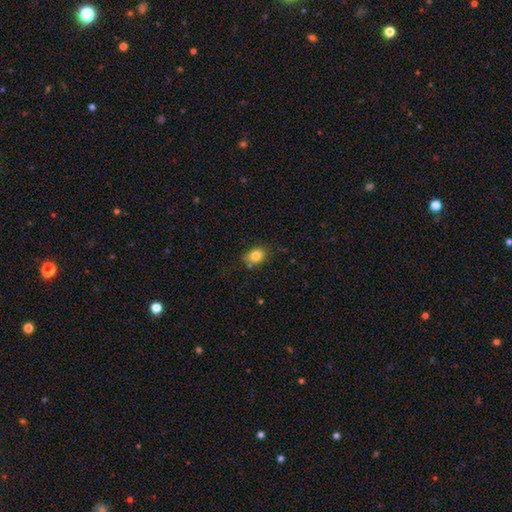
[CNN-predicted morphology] Smooth or featured: smooth — 82% (star or artifact — 10%)
How rounded: in between — 60% (round — 39%)
Merging: none — 72% (minor disturbance — 19%)